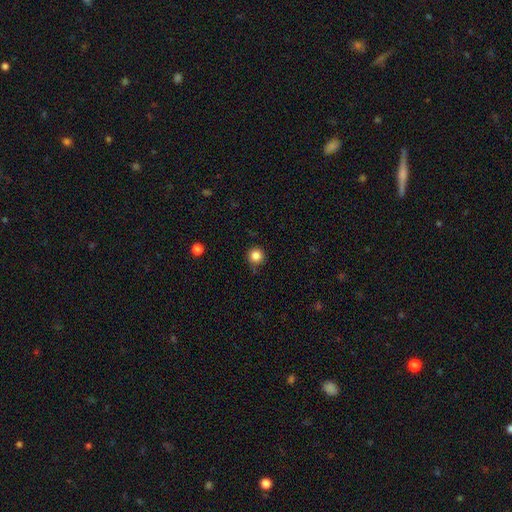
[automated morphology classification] type=smooth (84%); roundness=round (94%); merging=none (82%).